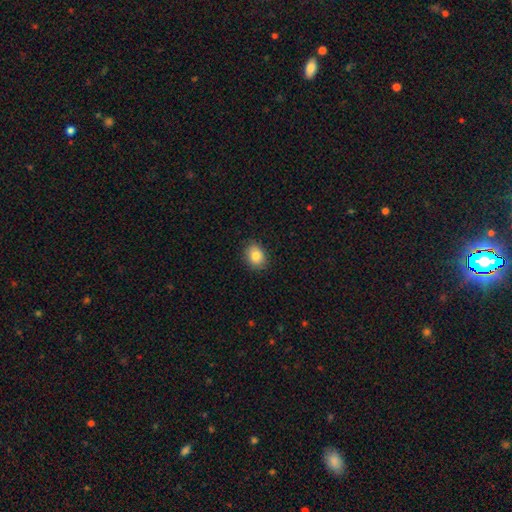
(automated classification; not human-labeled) This is clearly a smooth galaxy (84%). How rounded: possibly in between (54%). Merging: clearly none (87%).